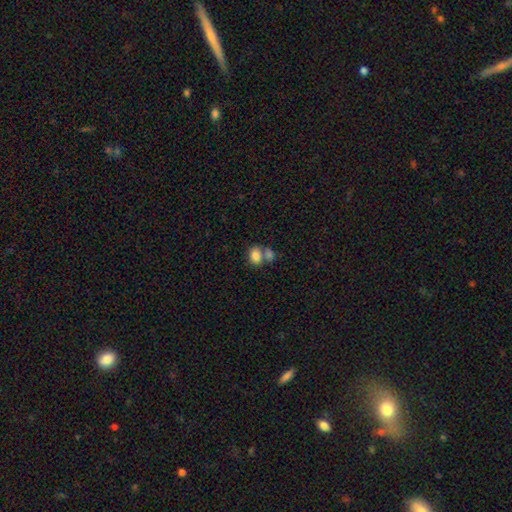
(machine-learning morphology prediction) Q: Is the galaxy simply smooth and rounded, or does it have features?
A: smooth — 81%.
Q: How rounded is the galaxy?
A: in between — 68%.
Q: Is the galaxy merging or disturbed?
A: merger — 47%.